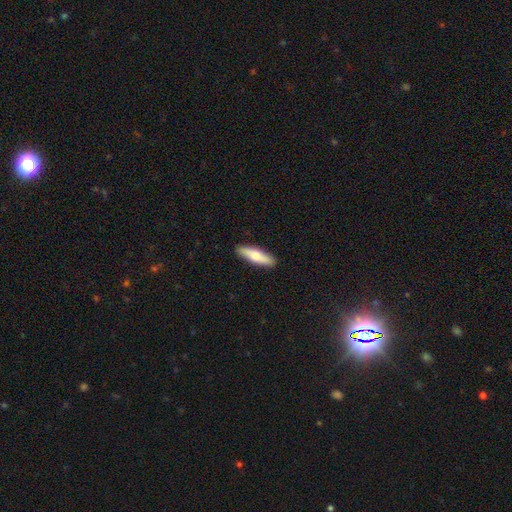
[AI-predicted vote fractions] Smooth or featured?
  - smooth: 67% *
  - featured or disk: 28%
  - star or artifact: 5%
How rounded?
  - cigar-shaped: 69% *
  - in between: 30%
  - round: 2%
Merging?
  - none: 90% *
  - minor disturbance: 7%
  - major disturbance: 1%
  - merger: 1%